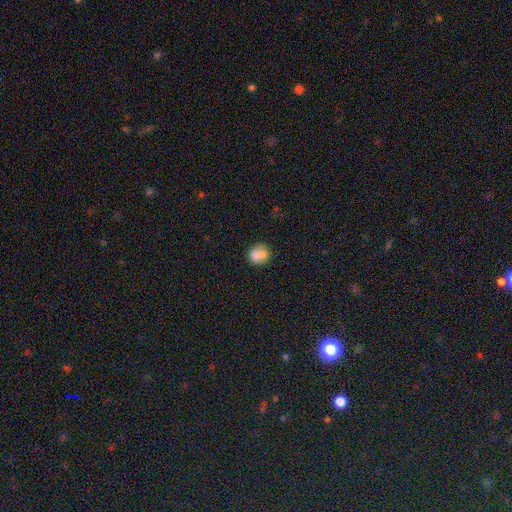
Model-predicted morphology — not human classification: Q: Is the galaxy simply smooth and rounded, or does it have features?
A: smooth — 77%.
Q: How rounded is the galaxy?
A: round — 72%.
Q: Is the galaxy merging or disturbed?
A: none — 52%.